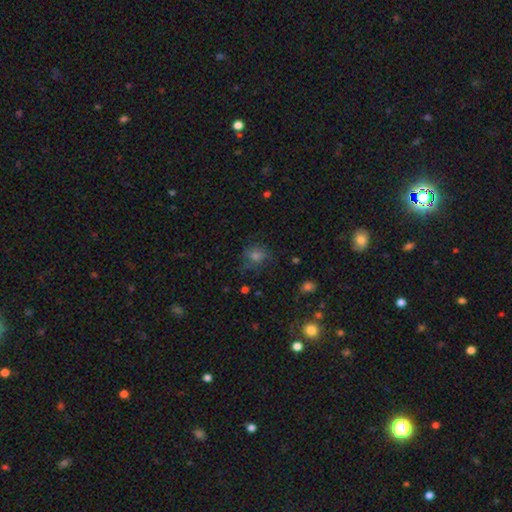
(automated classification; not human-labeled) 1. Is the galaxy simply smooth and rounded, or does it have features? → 56% smooth, 30% star or artifact, 14% featured or disk.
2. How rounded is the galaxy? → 75% round, 24% in between, 1% cigar-shaped.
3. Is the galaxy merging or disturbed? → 72% none, 18% minor disturbance, 8% major disturbance, 2% merger.